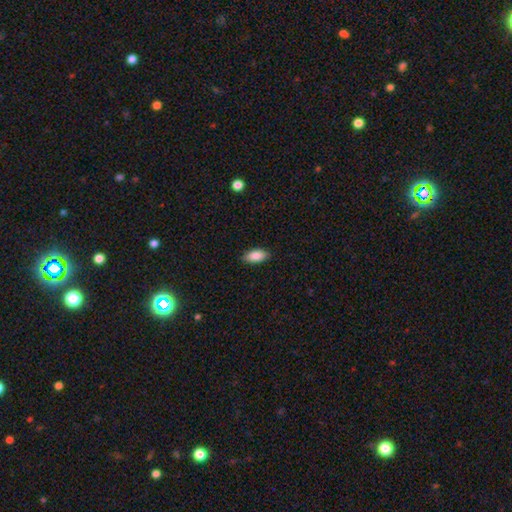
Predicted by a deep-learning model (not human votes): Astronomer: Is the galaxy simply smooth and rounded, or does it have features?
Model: smooth — 86%.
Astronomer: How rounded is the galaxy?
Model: in between — 91%.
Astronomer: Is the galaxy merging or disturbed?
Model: none — 86%.